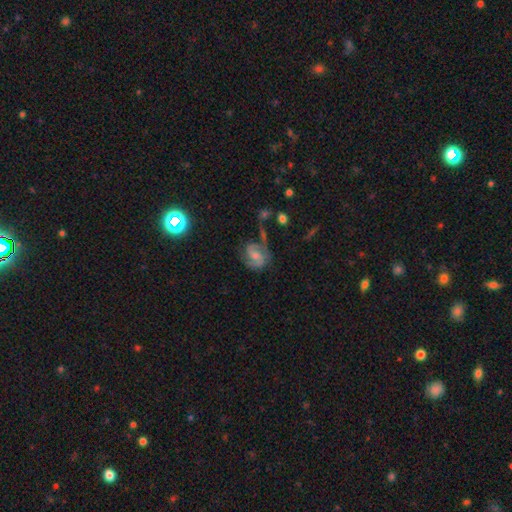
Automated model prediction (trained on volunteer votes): Morphology: type=featured or disk (76%); edge-on=no (98%); bar=weak (46%); spiral arms=yes (93%); winding=medium (51%); arm count=2 (80%); bulge=small (45%); merging=none (54%).